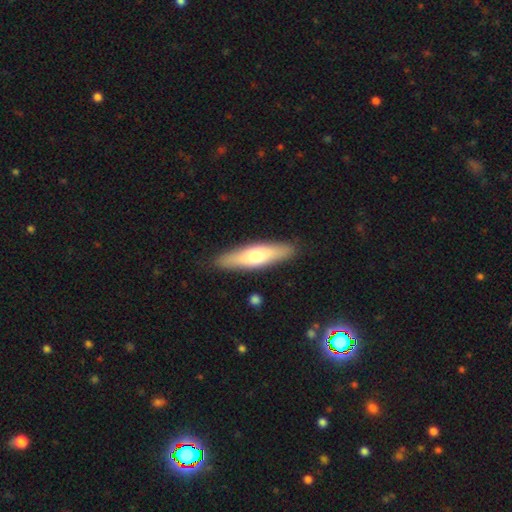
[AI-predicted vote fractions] Smooth or featured?
  - smooth: 56% *
  - featured or disk: 39%
  - star or artifact: 5%
How rounded?
  - cigar-shaped: 69% *
  - in between: 29%
  - round: 2%
Merging?
  - none: 88% *
  - minor disturbance: 8%
  - major disturbance: 2%
  - merger: 1%